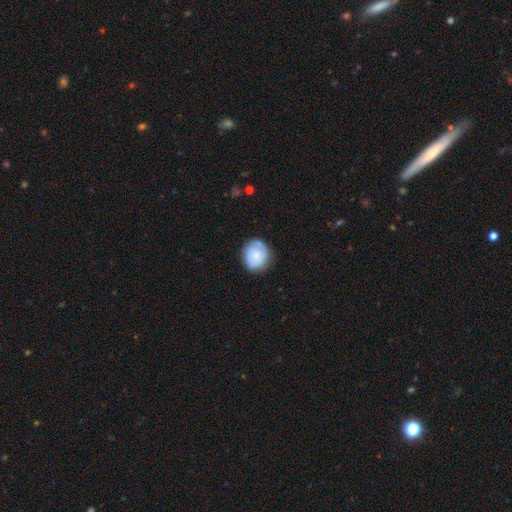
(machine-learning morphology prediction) This appears to be a smooth galaxy with no disk features (73%) that is round (80%). Merging: none (70%).